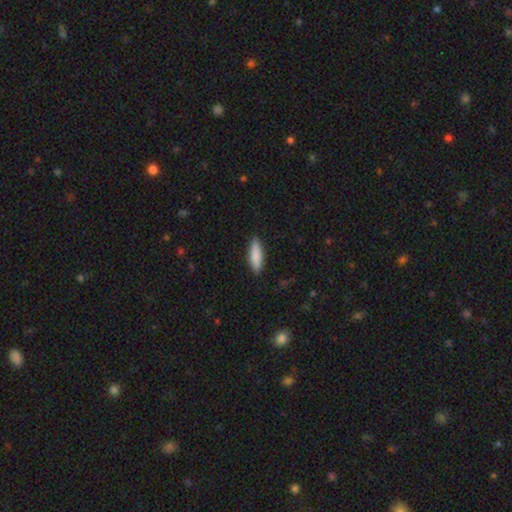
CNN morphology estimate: This appears to be a smooth galaxy with no disk features (86%) that is cigar-shaped (55%). Merging: none (89%).